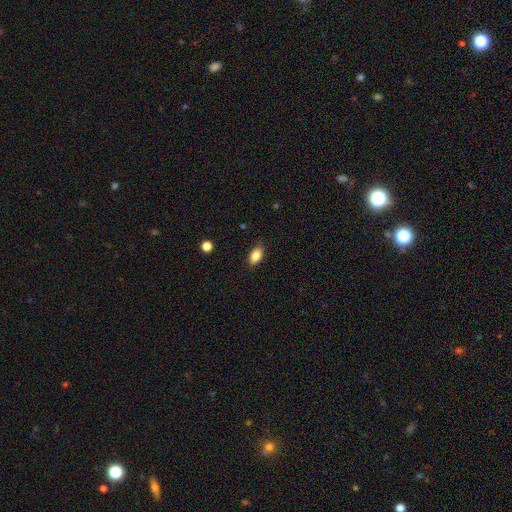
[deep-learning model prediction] This appears to be a smooth galaxy with no disk features (85%) that is in between round and cigar-shaped (90%). Merging: none (84%).